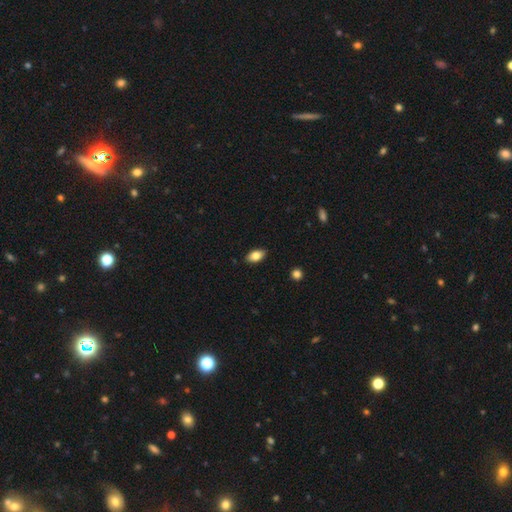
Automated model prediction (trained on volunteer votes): Smooth or featured? smooth (81%)
How rounded? in between (91%)
Merging? none (88%)